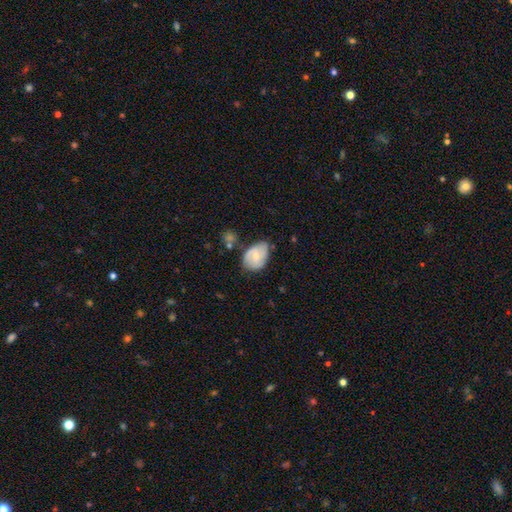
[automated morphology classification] Smooth or featured? Predicted: featured or disk (p=0.50). Merging? Predicted: none (p=0.51).